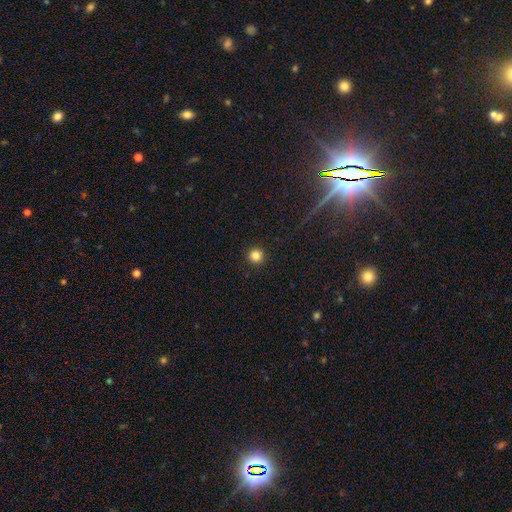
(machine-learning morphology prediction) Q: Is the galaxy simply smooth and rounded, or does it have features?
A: smooth — 83%.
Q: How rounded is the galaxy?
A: round — 96%.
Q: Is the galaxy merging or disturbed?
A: none — 93%.